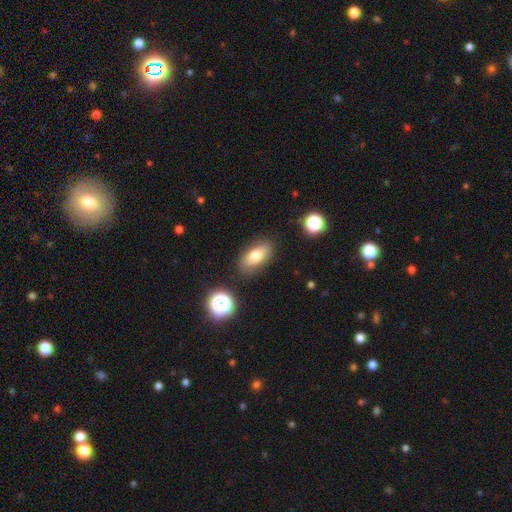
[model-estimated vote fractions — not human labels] This is likely a smooth galaxy (73%). How rounded: clearly in between (84%). Merging: clearly none (82%).